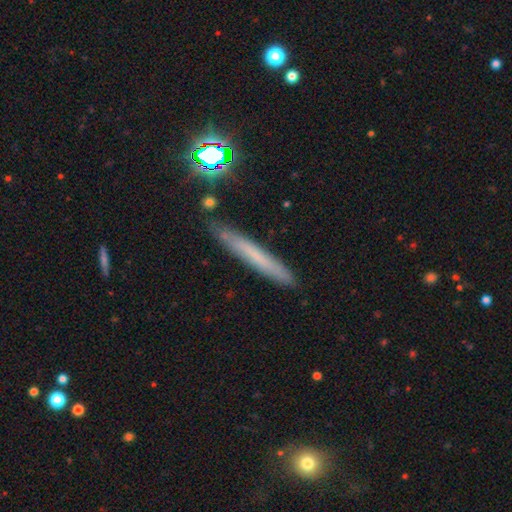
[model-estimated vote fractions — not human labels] Smooth or featured: smooth — 56% (featured or disk — 32%)
How rounded: cigar-shaped — 95% (in between — 3%)
Merging: none — 84% (minor disturbance — 12%)